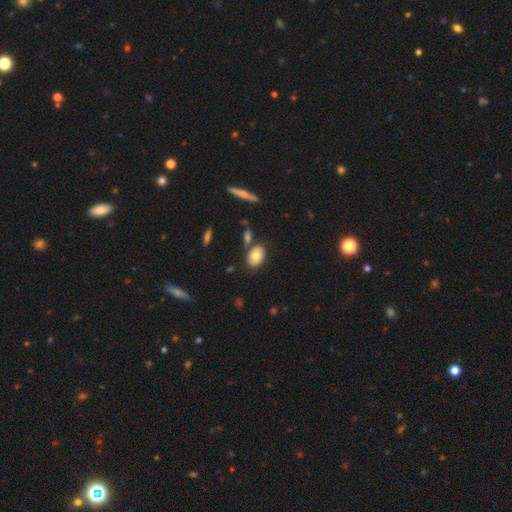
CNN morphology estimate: Smooth or featured? smooth (70%)
How rounded? in between (82%)
Merging? none (71%)